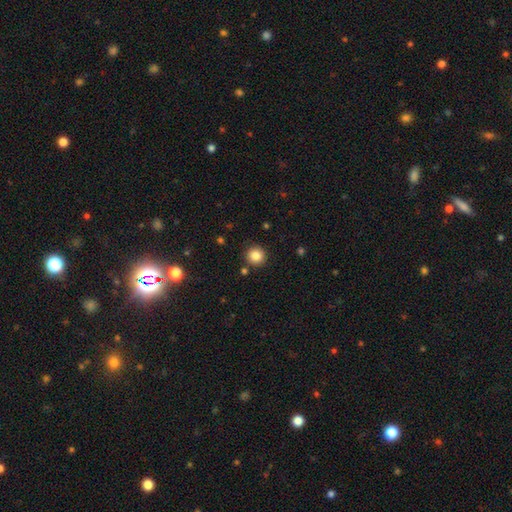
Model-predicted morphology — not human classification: Smooth or featured? smooth (85%)
How rounded? round (94%)
Merging? none (89%)